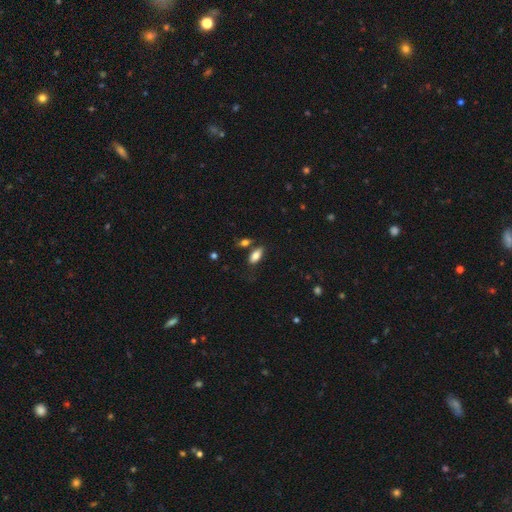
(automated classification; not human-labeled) smooth_or_featured: smooth (p=0.80) [alt: featured or disk p=0.13]
how_rounded: in between (p=0.85) [alt: cigar-shaped p=0.12]
merging: none (p=0.71) [alt: minor disturbance p=0.16]